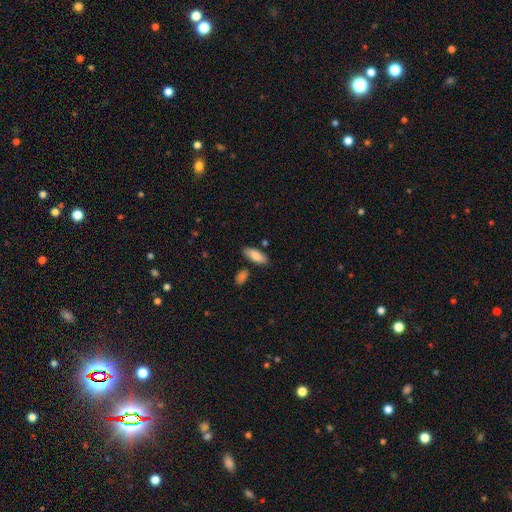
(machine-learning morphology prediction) smooth 83%, featured or disk 11%, star or artifact 6%. Down the decision tree: how rounded — in between (76%); merging — none (81%).